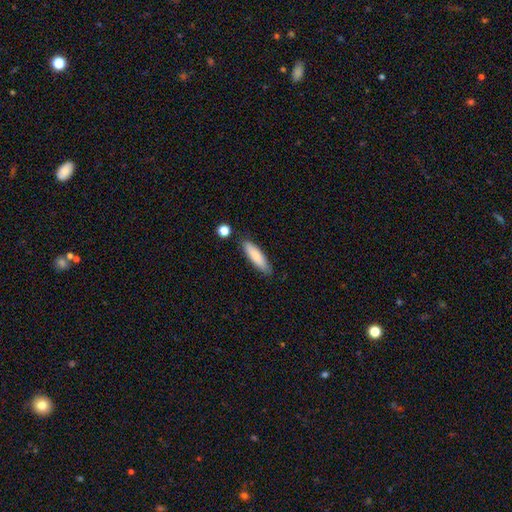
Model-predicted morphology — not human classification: The model was most divided on "how rounded": cigar-shaped: 68%, in between: 30%, round: 2%. More confident: merging — none (83%); smooth or featured — smooth (83%).